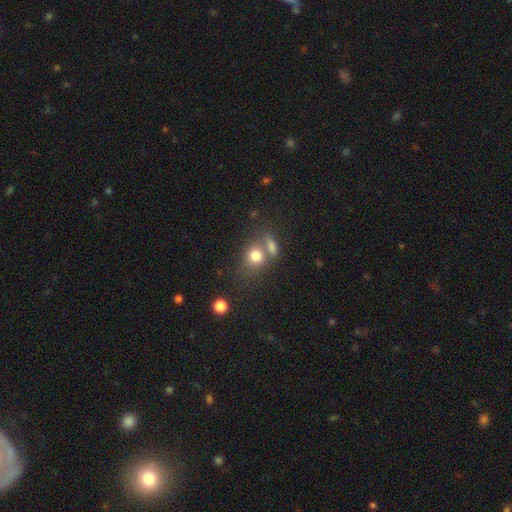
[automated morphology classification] Overall: smooth (78%). How rounded: round (69%; in between 30%). Merging: none (48%; merger 36%).